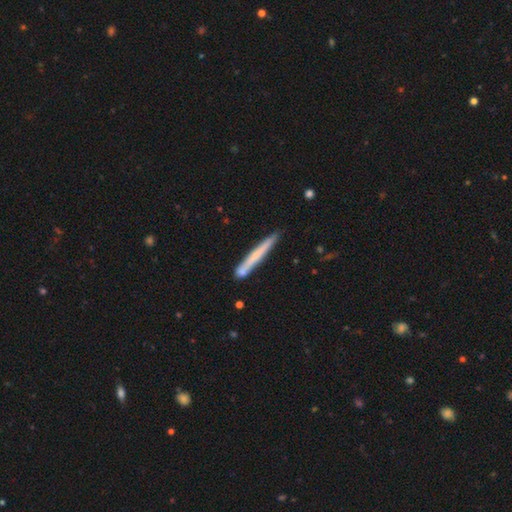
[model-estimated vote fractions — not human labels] smooth_or_featured: smooth (p=0.55) [alt: featured or disk p=0.39]
how_rounded: cigar-shaped (p=0.97) [alt: in between p=0.02]
merging: none (p=0.79) [alt: minor disturbance p=0.13]